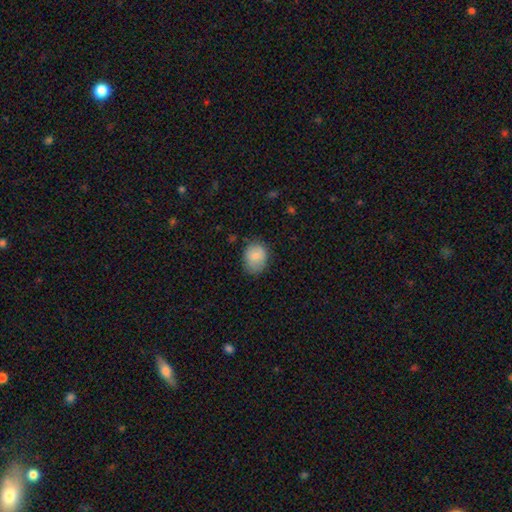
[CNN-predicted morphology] Smooth or featured? Predicted: smooth (p=0.81). How rounded? Predicted: in between (p=0.50). Merging? Predicted: none (p=0.69).